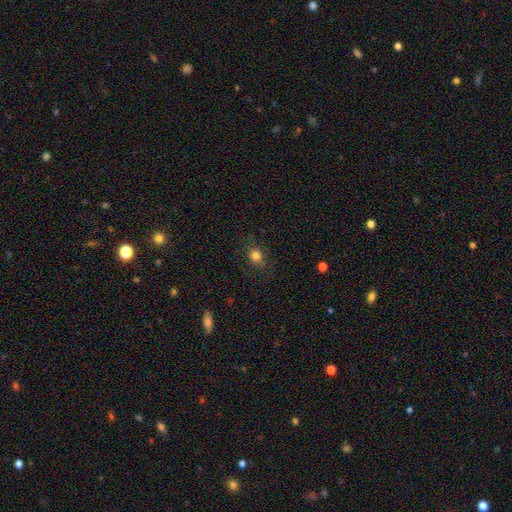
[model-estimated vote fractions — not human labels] This appears to be a smooth galaxy with no disk features (77%) that is round (70%). Merging: none (76%).